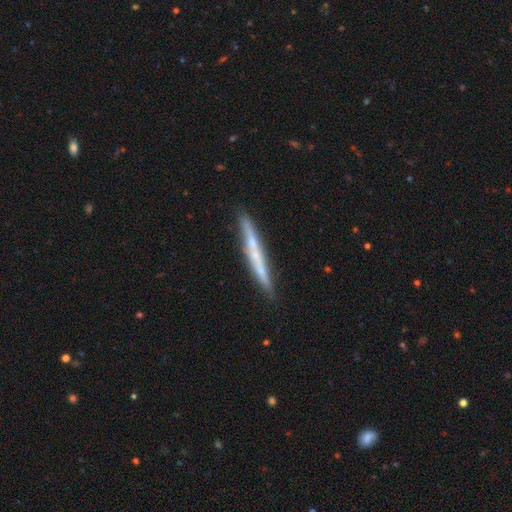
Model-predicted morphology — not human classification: Smooth or featured? featured or disk (56%)
Edge-on disk? yes (95%)
Edge-on bulge? none (70%)
Merging? none (86%)